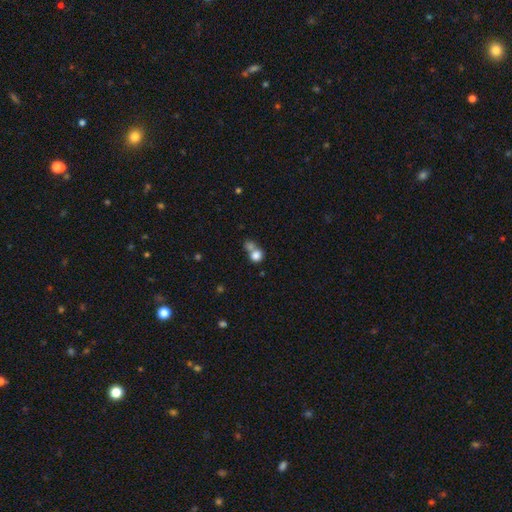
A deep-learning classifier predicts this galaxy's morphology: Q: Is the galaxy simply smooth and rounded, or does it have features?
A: smooth — 81%.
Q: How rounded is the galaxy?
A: round — 81%.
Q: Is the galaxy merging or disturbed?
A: merger — 51%.